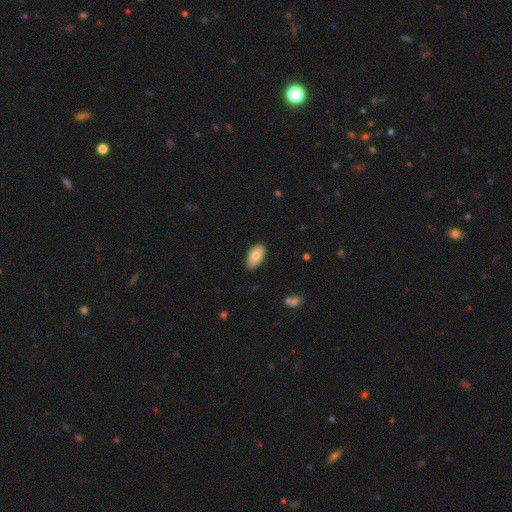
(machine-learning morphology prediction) smooth 82%, featured or disk 12%, star or artifact 7%. Down the decision tree: how rounded — in between (95%); merging — none (84%).